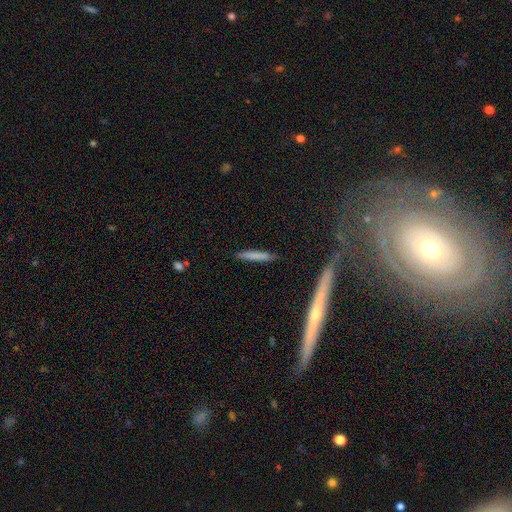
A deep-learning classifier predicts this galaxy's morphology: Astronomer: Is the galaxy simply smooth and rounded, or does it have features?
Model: smooth — 75%.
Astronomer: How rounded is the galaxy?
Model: cigar-shaped — 93%.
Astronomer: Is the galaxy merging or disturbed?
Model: none — 87%.